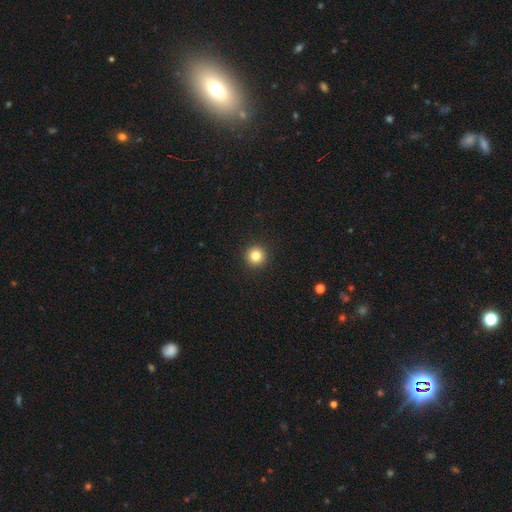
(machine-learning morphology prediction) The model was most divided on "smooth or featured": smooth: 83%, star or artifact: 11%, featured or disk: 6%. More confident: how rounded — round (96%); merging — none (94%).